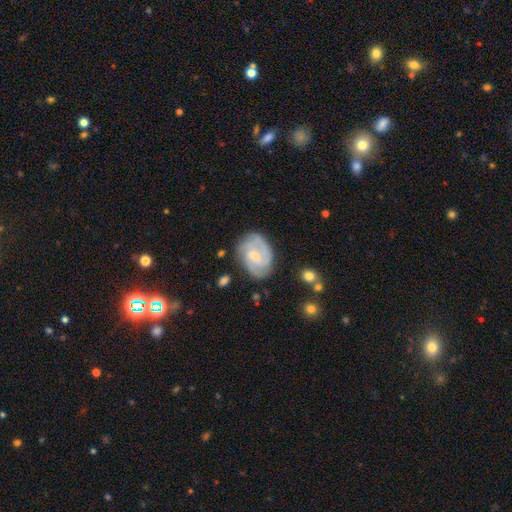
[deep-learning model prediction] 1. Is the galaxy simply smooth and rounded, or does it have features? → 79% featured or disk, 16% smooth, 6% star or artifact.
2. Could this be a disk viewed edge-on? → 97% no, 3% yes.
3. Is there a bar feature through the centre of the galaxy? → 48% weak, 44% no, 9% strong.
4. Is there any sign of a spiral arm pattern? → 94% yes, 6% no.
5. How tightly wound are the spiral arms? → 45% tight, 42% medium, 13% loose.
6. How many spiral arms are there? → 38% 2, 27% 3, 21% can't tell, 6% 4, 4% 1, 4% more than 4.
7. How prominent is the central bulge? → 65% small, 31% moderate, 3% none, 1% large, 1% dominant.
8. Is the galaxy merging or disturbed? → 73% none, 19% minor disturbance, 6% major disturbance, 2% merger.